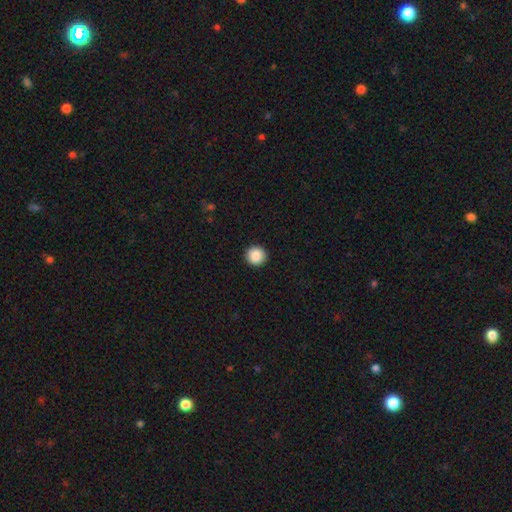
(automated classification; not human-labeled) A smooth galaxy with no disk features (88%) that is round (96%).

Vote fractions:
- Smooth or featured? smooth: 88% / star or artifact: 8% / featured or disk: 3%
- How rounded? round: 96% / in between: 3% / cigar-shaped: 1%
- Merging? none: 93% / minor disturbance: 4% / major disturbance: 1% / merger: 1%